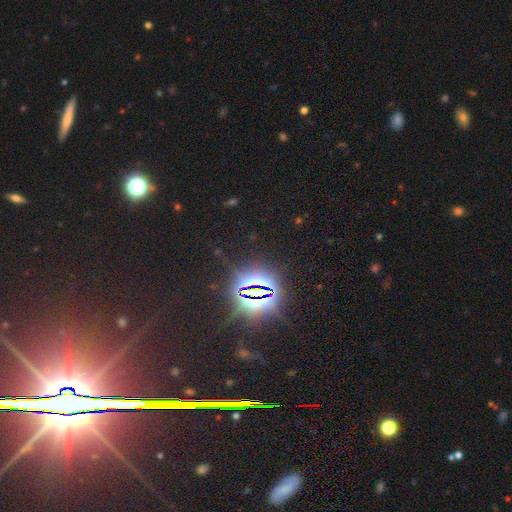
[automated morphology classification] type=star or artifact (81%).